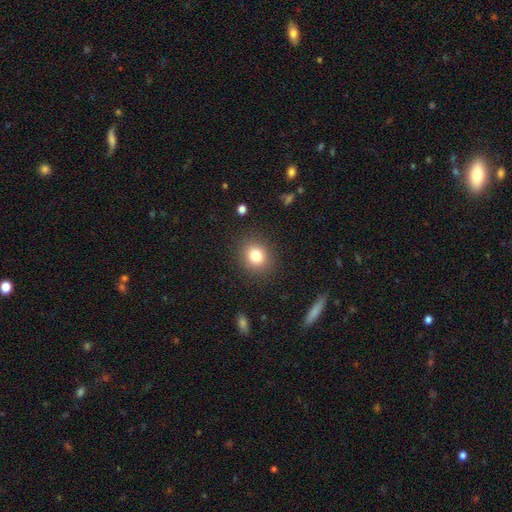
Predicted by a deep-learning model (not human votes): Smooth or featured? smooth (81%)
How rounded? round (75%)
Merging? none (87%)